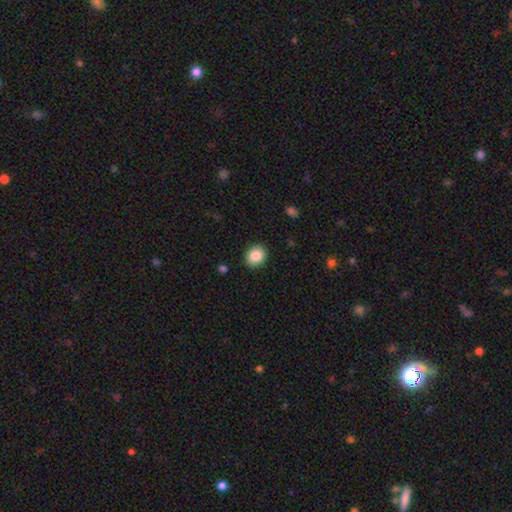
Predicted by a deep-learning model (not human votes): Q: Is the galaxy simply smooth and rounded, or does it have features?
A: smooth — 87%.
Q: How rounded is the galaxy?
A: round — 57%.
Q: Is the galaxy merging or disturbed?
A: none — 90%.